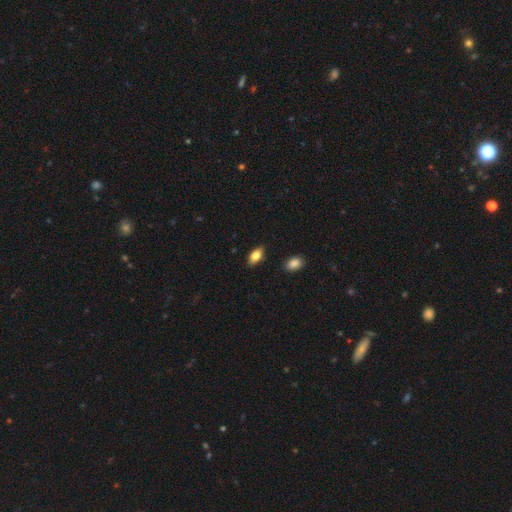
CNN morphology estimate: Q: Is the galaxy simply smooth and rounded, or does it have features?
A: smooth — 81%.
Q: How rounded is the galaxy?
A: in between — 90%.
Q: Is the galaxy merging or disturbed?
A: none — 85%.